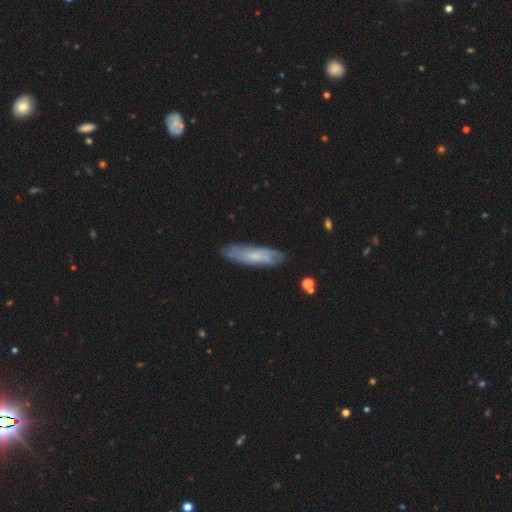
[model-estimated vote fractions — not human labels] This is possibly a featured or disk galaxy (47%). Merging: clearly none (80%).